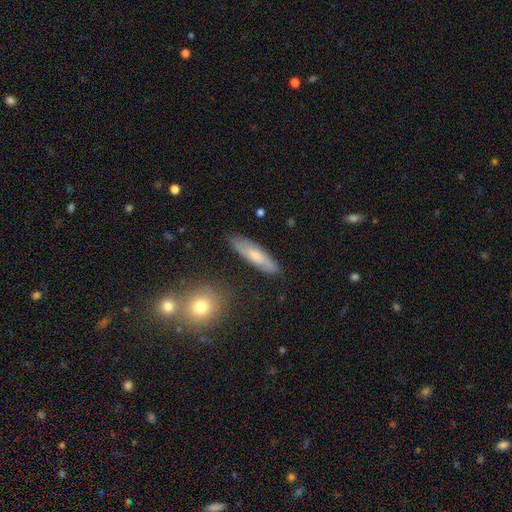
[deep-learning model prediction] smooth 61%, featured or disk 33%, star or artifact 6%. Down the decision tree: how rounded — cigar-shaped (70%); merging — none (85%).